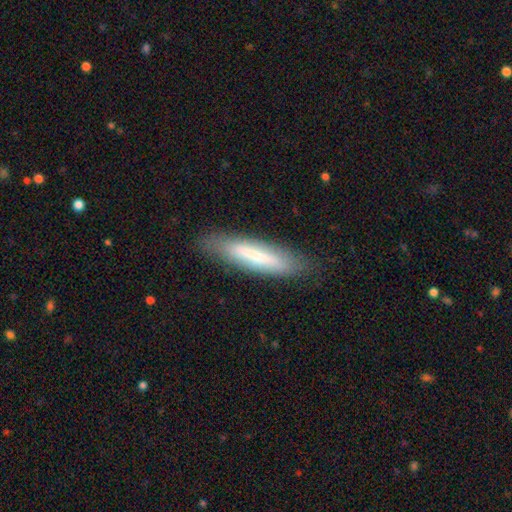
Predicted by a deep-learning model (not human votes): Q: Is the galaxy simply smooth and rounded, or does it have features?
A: smooth — 55%.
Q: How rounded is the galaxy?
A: cigar-shaped — 79%.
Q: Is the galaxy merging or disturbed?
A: none — 83%.